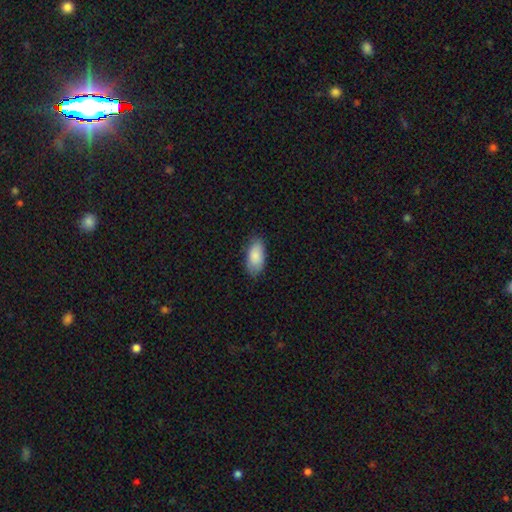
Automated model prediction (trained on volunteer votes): Smooth or featured? Predicted: smooth (p=0.87). How rounded? Predicted: in between (p=0.93). Merging? Predicted: none (p=0.78).